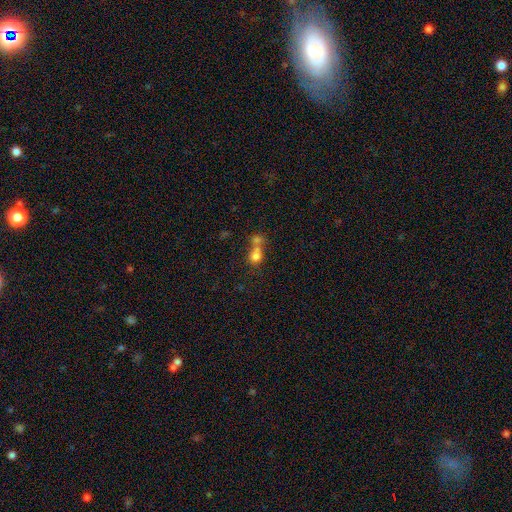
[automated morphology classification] This appears to be a smooth galaxy with no disk features (74%) that is round (73%). Merging: merger (59%).